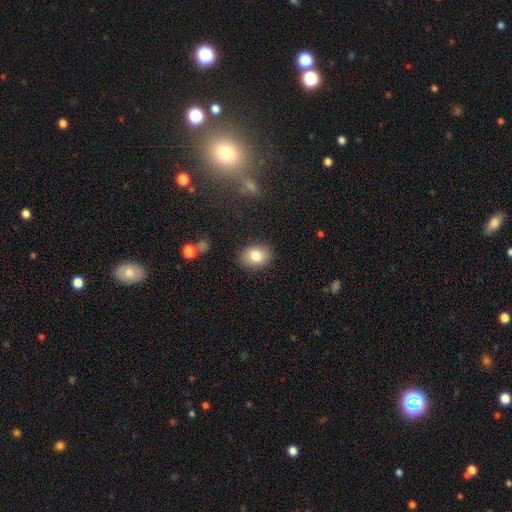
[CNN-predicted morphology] Overall: smooth (82%). How rounded: in between (61%; round 38%). Merging: none (87%).